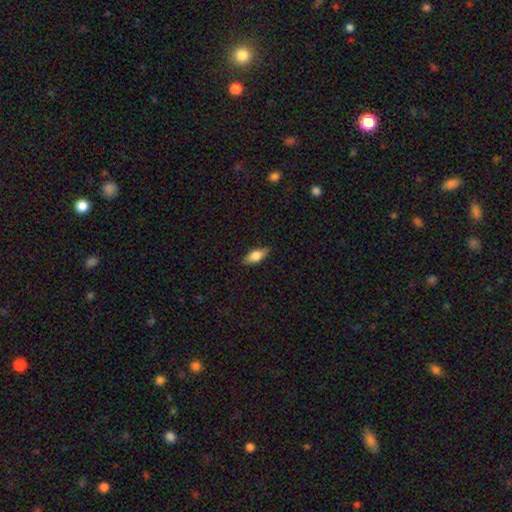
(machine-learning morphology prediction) Smooth or featured: smooth — 63% (featured or disk — 29%)
How rounded: in between — 75% (cigar-shaped — 20%)
Merging: none — 85% (minor disturbance — 12%)